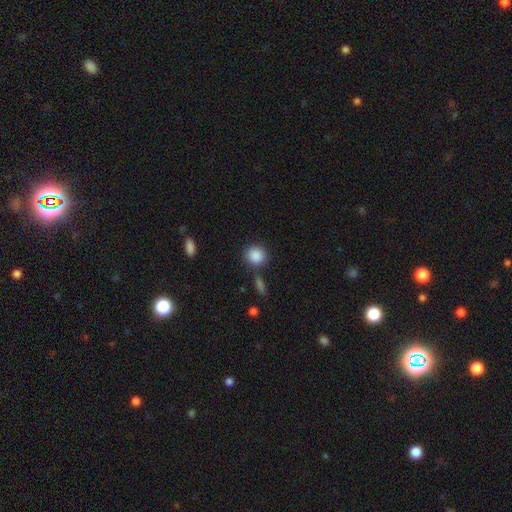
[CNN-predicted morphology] smooth_or_featured: smooth (p=0.88) [alt: star or artifact p=0.08]
how_rounded: round (p=0.85) [alt: in between p=0.13]
merging: none (p=0.76) [alt: minor disturbance p=0.11]